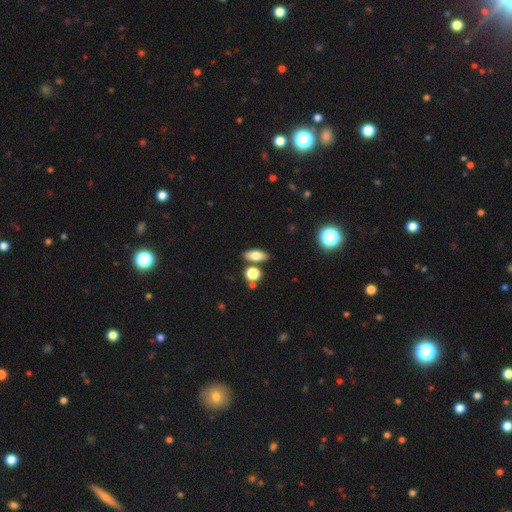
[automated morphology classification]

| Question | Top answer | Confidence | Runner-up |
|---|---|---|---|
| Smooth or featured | smooth | 75% | featured or disk (15%) |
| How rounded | in between | 75% | cigar-shaped (18%) |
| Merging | none | 78% | minor disturbance (10%) |